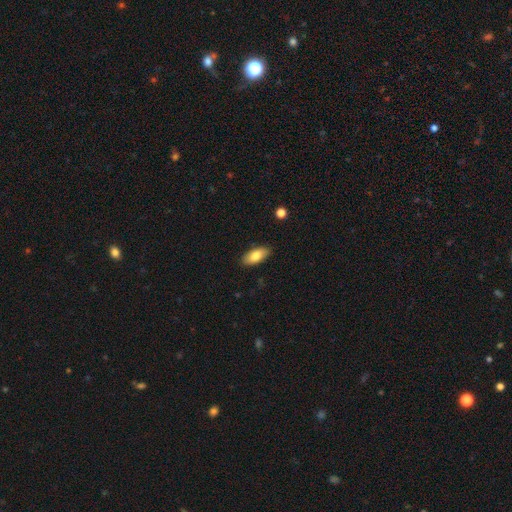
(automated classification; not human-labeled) Smooth or featured? Predicted: smooth (p=0.81). How rounded? Predicted: in between (p=0.88). Merging? Predicted: none (p=0.88).